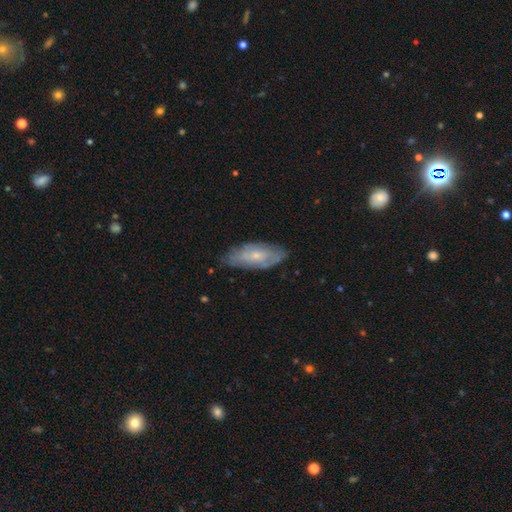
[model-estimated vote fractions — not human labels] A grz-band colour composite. It shows a featured or disk galaxy (51%). Merging: none (71%).